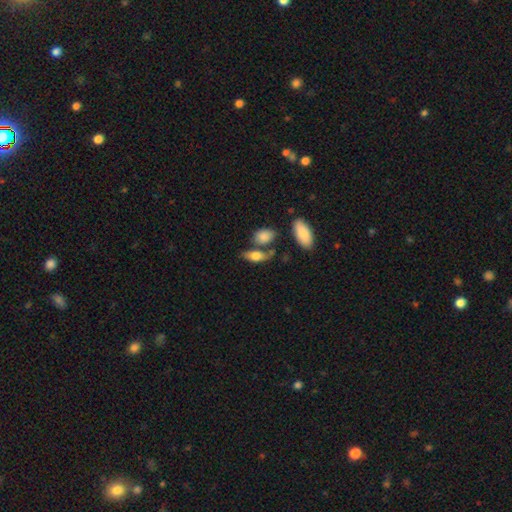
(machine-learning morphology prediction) Overall: smooth (69%). How rounded: in between (75%). Merging: none (57%; merger 19%).